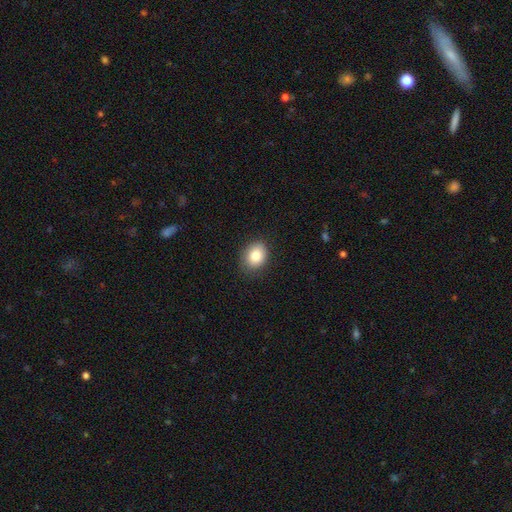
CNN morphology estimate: A smooth galaxy with no disk features (84%) that is in between round and cigar-shaped (54%).

Vote fractions:
- Smooth or featured? smooth: 84% / star or artifact: 9% / featured or disk: 7%
- How rounded? in between: 54% / round: 45% / cigar-shaped: 1%
- Merging? none: 84% / minor disturbance: 13% / major disturbance: 3% / merger: 1%